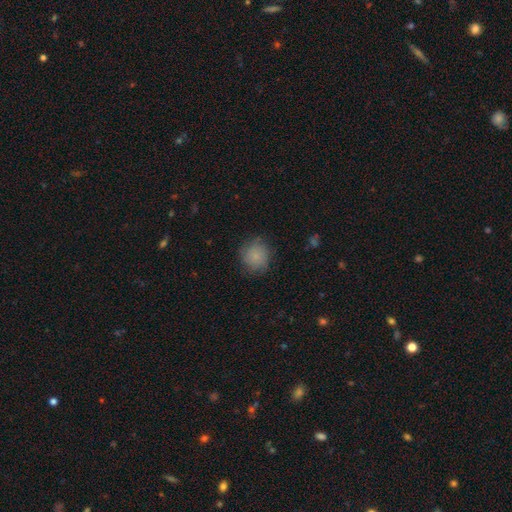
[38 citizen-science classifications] A smooth galaxy with no disk features (84%) that is round (91%). Merging: none (78%).